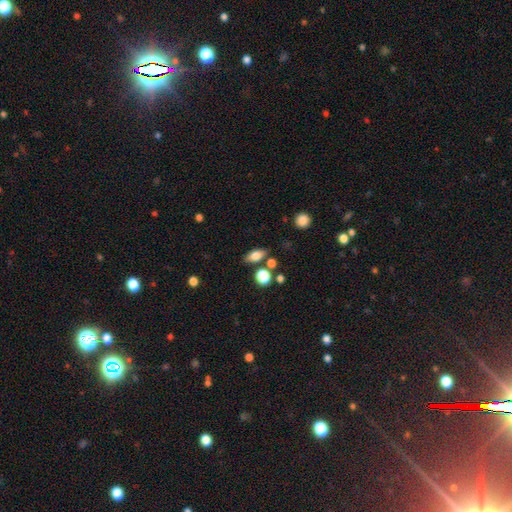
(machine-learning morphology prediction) Smooth or featured? Predicted: smooth (p=0.73). How rounded? Predicted: in between (p=0.77). Merging? Predicted: none (p=0.75).